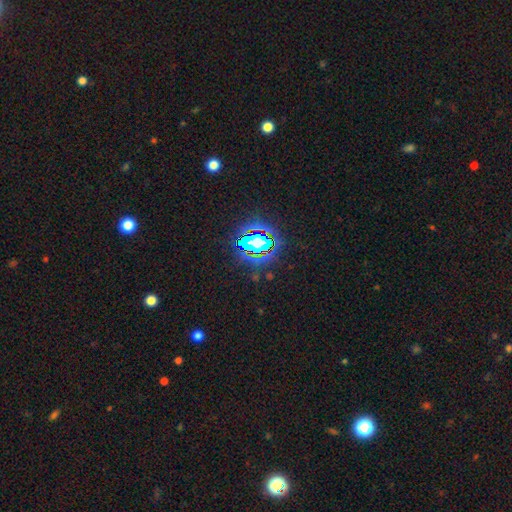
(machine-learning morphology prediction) smooth_or_featured: star or artifact (p=0.79) [alt: smooth p=0.13]